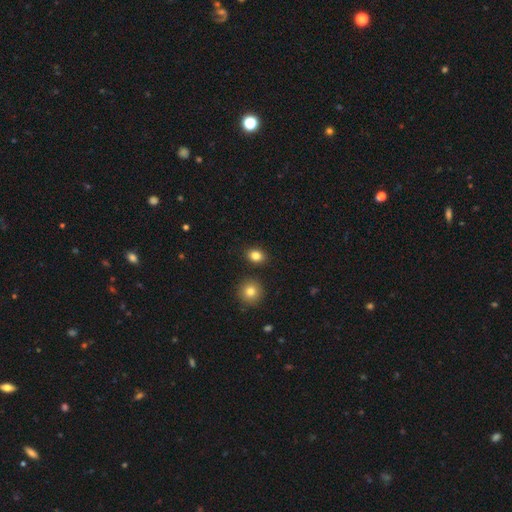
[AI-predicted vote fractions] Q: Smooth or featured?
A: smooth (83%); runner-up: star or artifact (11%)
Q: How rounded?
A: in between (54%); runner-up: round (45%)
Q: Merging?
A: none (86%); runner-up: minor disturbance (8%)